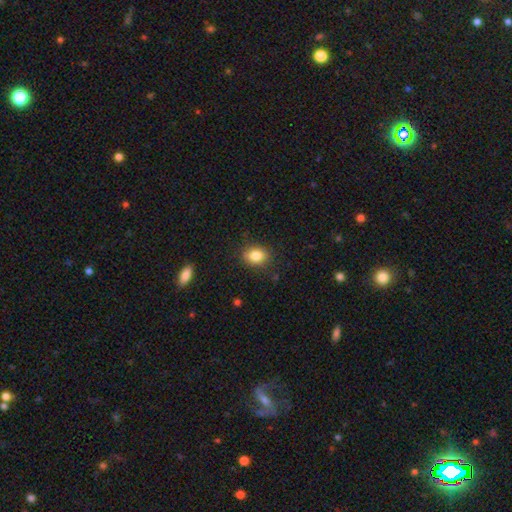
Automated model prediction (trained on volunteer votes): smooth-or-featured: smooth: 84% | star or artifact: 10% | featured or disk: 7%
  how-rounded: in between: 58% | round: 41% | cigar-shaped: 1%
  merging: none: 84% | minor disturbance: 11% | major disturbance: 3% | merger: 1%